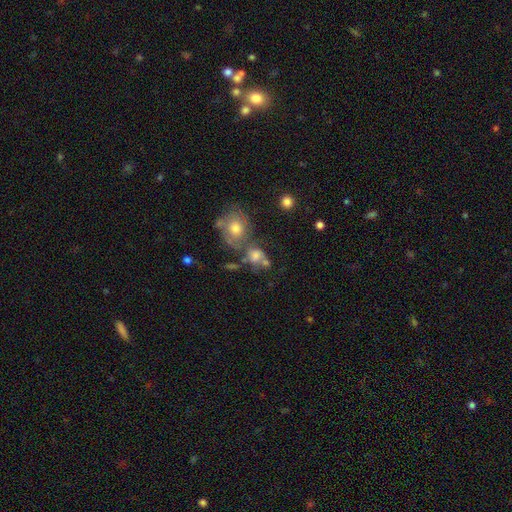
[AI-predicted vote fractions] Smooth or featured? smooth (59%)
How rounded? in between (53%)
Merging? merger (46%)